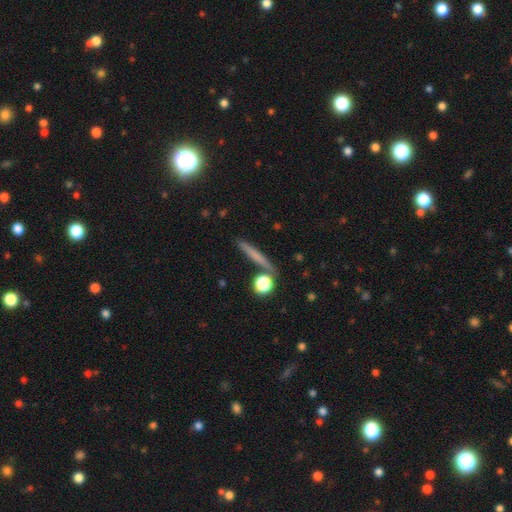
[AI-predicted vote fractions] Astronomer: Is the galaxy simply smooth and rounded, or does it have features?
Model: smooth — 60%.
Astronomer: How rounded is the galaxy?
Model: cigar-shaped — 83%.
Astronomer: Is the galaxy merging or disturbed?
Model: none — 82%.